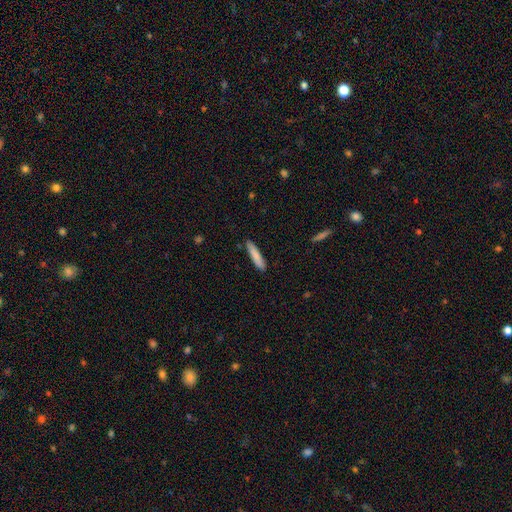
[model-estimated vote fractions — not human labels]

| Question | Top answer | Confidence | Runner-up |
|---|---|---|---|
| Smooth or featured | smooth | 83% | featured or disk (11%) |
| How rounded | cigar-shaped | 88% | in between (11%) |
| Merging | none | 88% | minor disturbance (9%) |